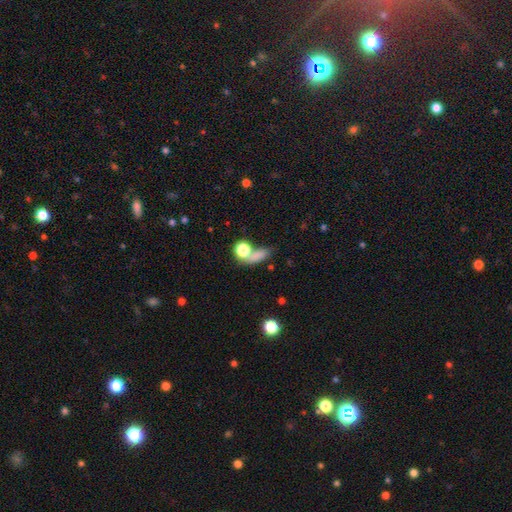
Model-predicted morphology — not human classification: type=smooth (73%); roundness=in between (49%); merging=none (44%).